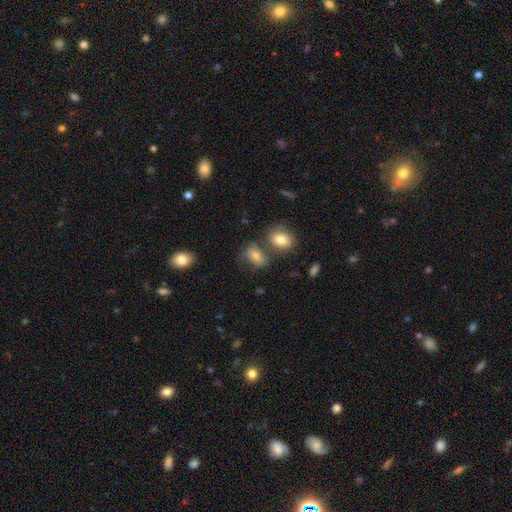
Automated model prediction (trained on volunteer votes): The model was most divided on "merging": none: 51%, merger: 25%, minor disturbance: 16%, major disturbance: 7%. More confident: how rounded — in between (78%); smooth or featured — smooth (70%).